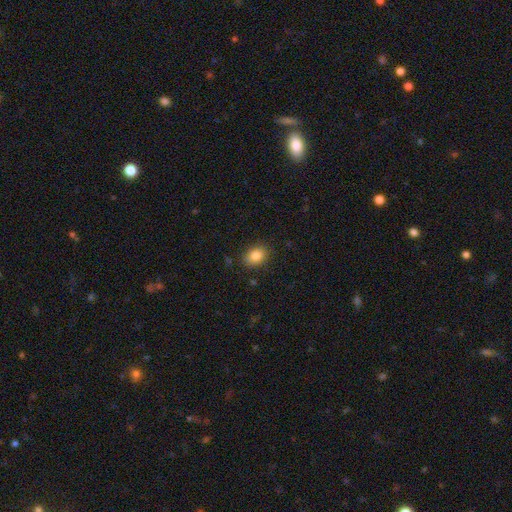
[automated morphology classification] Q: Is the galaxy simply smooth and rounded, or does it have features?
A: smooth — 84%.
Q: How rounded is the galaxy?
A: in between — 66%.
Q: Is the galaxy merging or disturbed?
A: none — 86%.